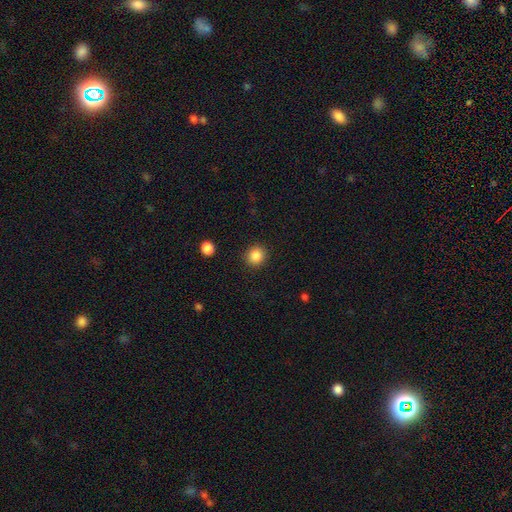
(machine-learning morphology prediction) This appears to be a smooth galaxy with no disk features (86%) that is round (89%). Merging: none (91%).